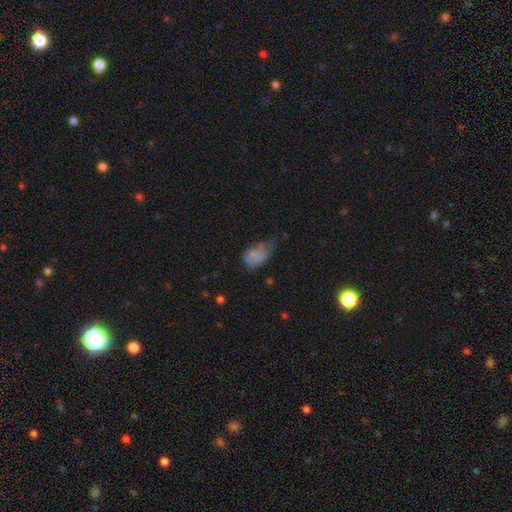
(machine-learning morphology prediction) Smooth or featured: smooth — 70% (featured or disk — 18%)
How rounded: in between — 85% (round — 13%)
Merging: minor disturbance — 34% (major disturbance — 33%)